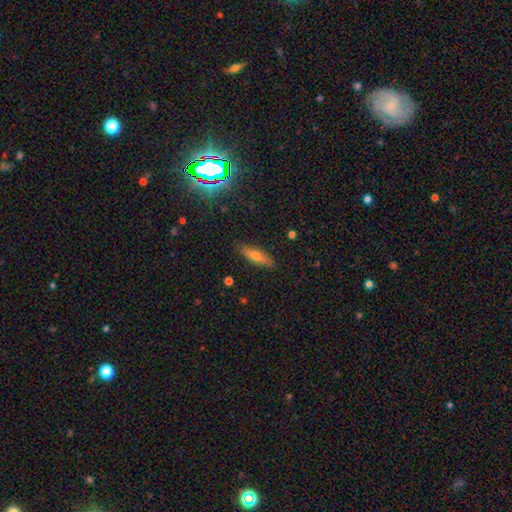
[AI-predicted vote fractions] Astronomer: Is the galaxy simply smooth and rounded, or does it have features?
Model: smooth — 60%.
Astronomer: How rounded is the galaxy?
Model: cigar-shaped — 57% (runner-up: in between, 40%).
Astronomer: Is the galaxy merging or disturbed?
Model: none — 86%.